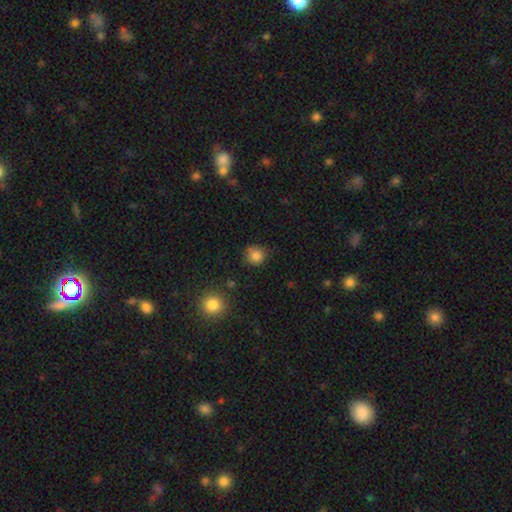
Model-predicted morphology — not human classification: type=smooth (84%); roundness=round (90%); merging=none (78%).